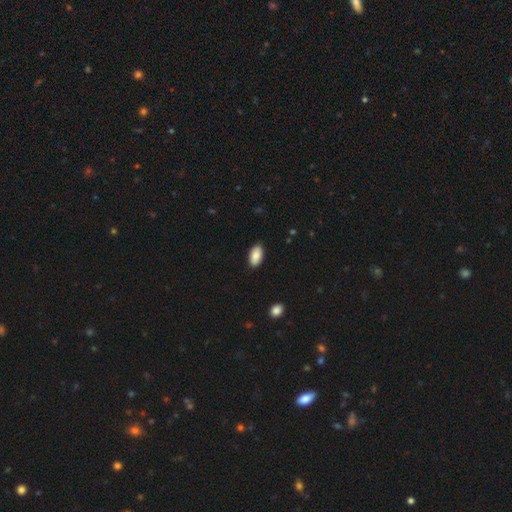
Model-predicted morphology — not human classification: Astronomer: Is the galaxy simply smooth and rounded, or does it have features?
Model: smooth — 87%.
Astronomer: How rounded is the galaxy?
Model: in between — 94%.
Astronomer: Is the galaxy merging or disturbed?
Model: none — 87%.